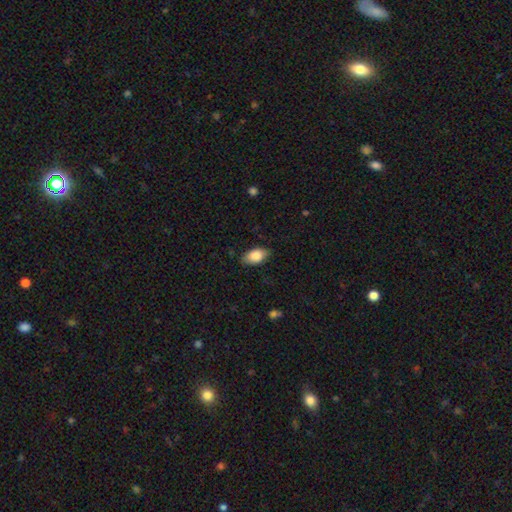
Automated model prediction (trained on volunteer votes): This appears to be a smooth galaxy with no disk features (86%) that is in between round and cigar-shaped (92%). Merging: none (79%).